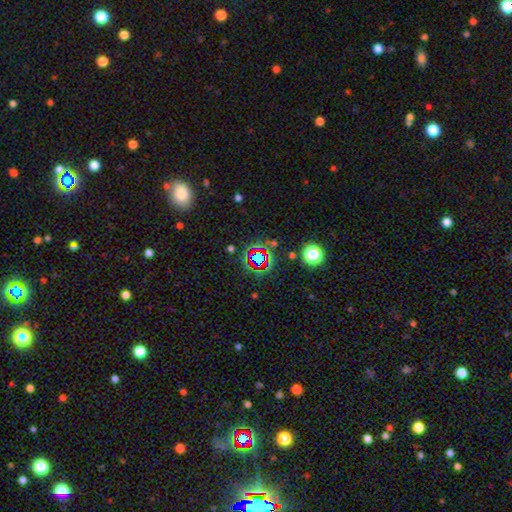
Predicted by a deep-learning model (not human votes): The model was most divided on "smooth or featured": star or artifact: 65%, smooth: 22%, featured or disk: 12%.